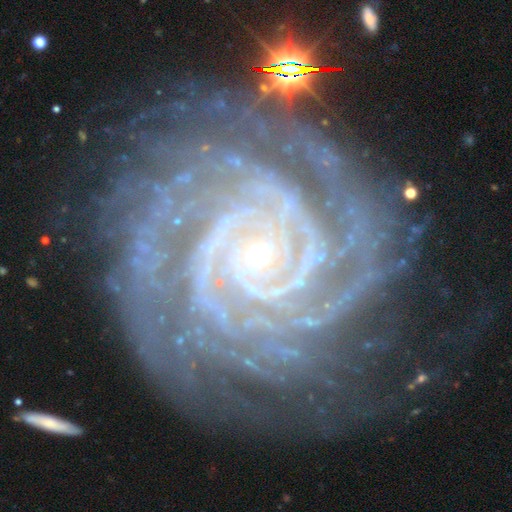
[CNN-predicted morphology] Smooth or featured? featured or disk (92%)
Edge-on disk? no (98%)
Bar? no (66%)
Spiral arms? yes (99%)
Spiral winding? tight (84%)
Spiral arm count? 2 (24%)
Bulge size? small (86%)
Merging? none (74%)